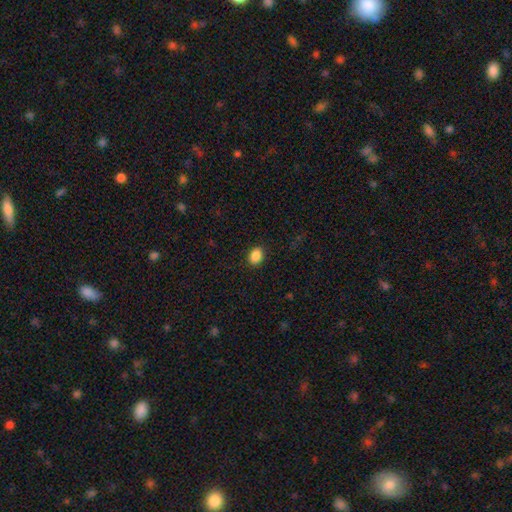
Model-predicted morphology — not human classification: Smooth or featured?
  - smooth: 87% *
  - star or artifact: 9%
  - featured or disk: 3%
How rounded?
  - in between: 61% *
  - round: 38%
  - cigar-shaped: 1%
Merging?
  - none: 89% *
  - minor disturbance: 8%
  - major disturbance: 2%
  - merger: 1%